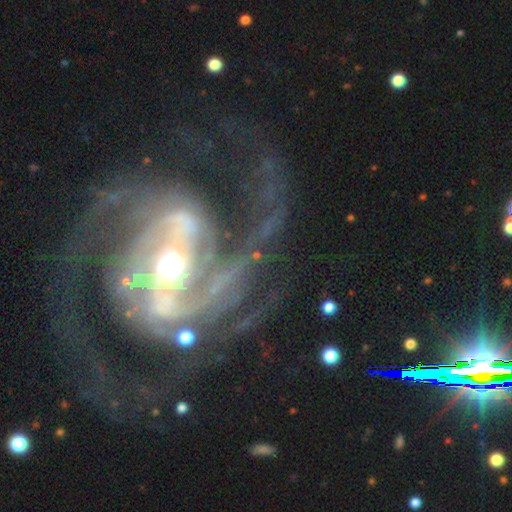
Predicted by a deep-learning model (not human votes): Smooth or featured?
  - featured or disk: 84% *
  - star or artifact: 9%
  - smooth: 7%
Edge-on disk?
  - no: 95% *
  - yes: 5%
Bar?
  - no: 40% *
  - strong: 34%
  - weak: 26%
Spiral arms?
  - yes: 91% *
  - no: 9%
Spiral winding?
  - medium: 41% *
  - tight: 37%
  - loose: 23%
Spiral arm count?
  - 2: 37% *
  - can't tell: 19%
  - 3: 18%
  - 4: 10%
  - 1: 9%
  - more than 4: 8%
Bulge size?
  - moderate: 64% *
  - small: 17%
  - large: 14%
  - dominant: 3%
  - none: 2%
Merging?
  - none: 52% *
  - major disturbance: 27%
  - minor disturbance: 15%
  - merger: 6%